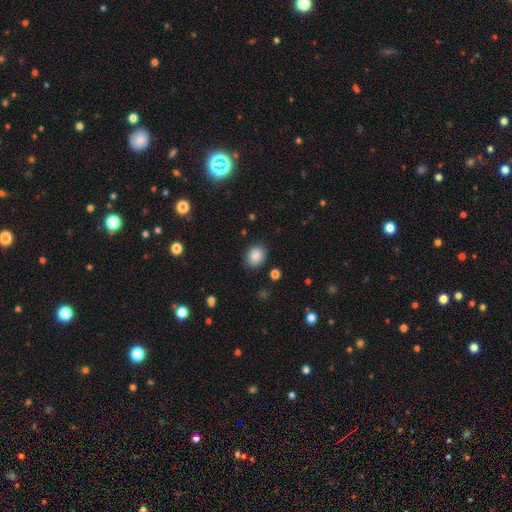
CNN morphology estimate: Smooth or featured?
  - smooth: 87% *
  - star or artifact: 9%
  - featured or disk: 4%
How rounded?
  - round: 59% *
  - in between: 40%
  - cigar-shaped: 1%
Merging?
  - none: 87% *
  - minor disturbance: 9%
  - major disturbance: 3%
  - merger: 2%